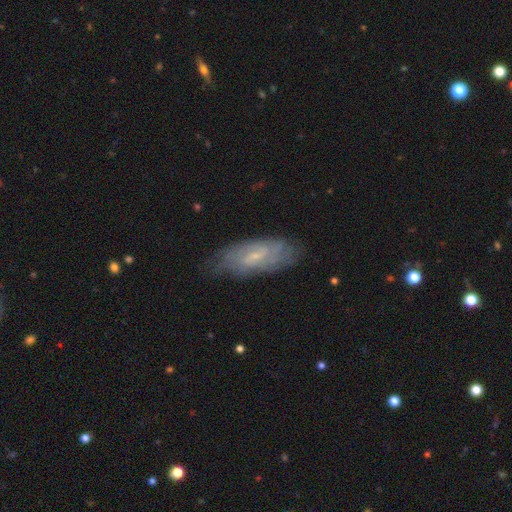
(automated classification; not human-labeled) smooth_or_featured: featured or disk (p=0.61) [alt: smooth p=0.31]
disk_edge_on: no (p=0.84) [alt: yes p=0.16]
bar: weak (p=0.53) [alt: no p=0.33]
has_spiral_arms: yes (p=0.78) [alt: no p=0.22]
bulge_size: small (p=0.67) [alt: moderate p=0.20]
merging: none (p=0.75) [alt: minor disturbance p=0.19]